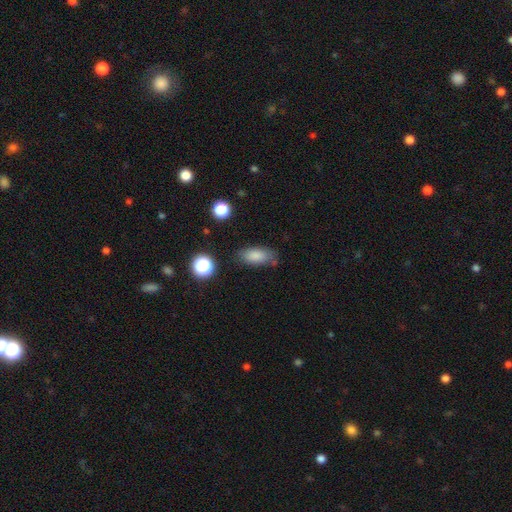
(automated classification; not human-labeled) smooth 82%, star or artifact 9%, featured or disk 8%. Down the decision tree: how rounded — in between (86%); merging — none (73%).